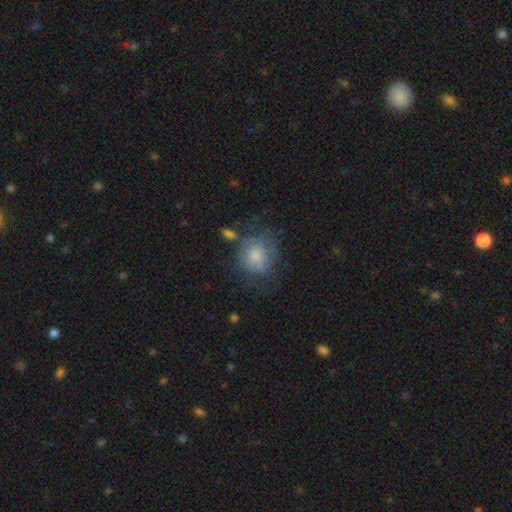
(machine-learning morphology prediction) smooth-or-featured: smooth: 60% | featured or disk: 29% | star or artifact: 11%
  how-rounded: round: 71% | in between: 28% | cigar-shaped: 1%
  merging: none: 51% | minor disturbance: 26% | major disturbance: 17% | merger: 7%